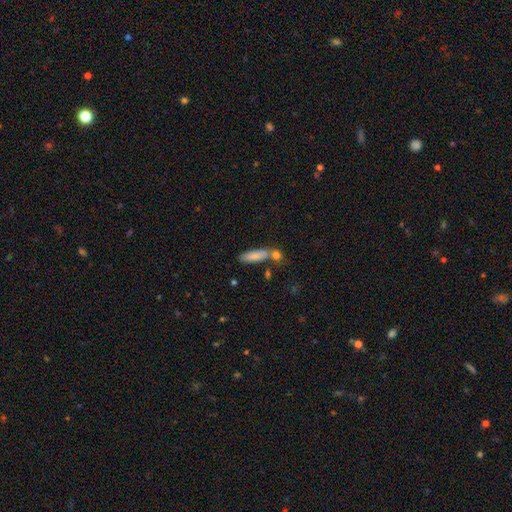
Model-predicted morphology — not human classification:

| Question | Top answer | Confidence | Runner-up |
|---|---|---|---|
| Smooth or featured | smooth | 81% | featured or disk (12%) |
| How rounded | cigar-shaped | 59% | in between (39%) |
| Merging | none | 62% | merger (21%) |